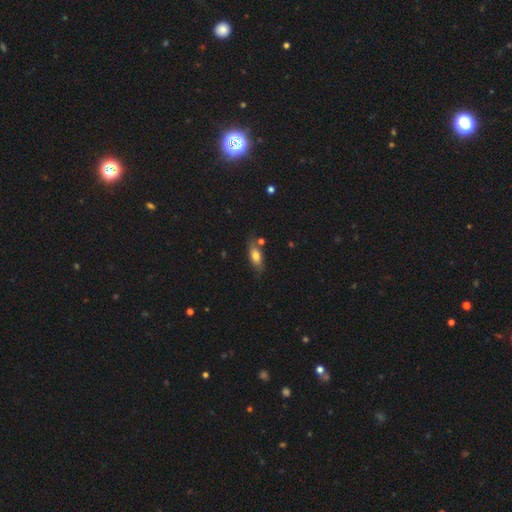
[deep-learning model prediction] smooth_or_featured: smooth (p=0.70) [alt: featured or disk p=0.22]
how_rounded: in between (p=0.76) [alt: cigar-shaped p=0.20]
merging: none (p=0.68) [alt: minor disturbance p=0.20]